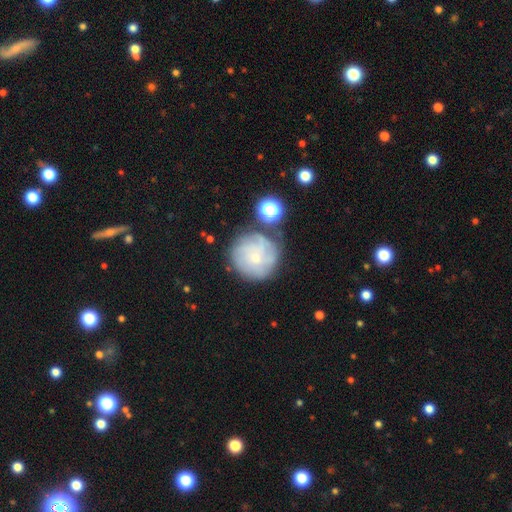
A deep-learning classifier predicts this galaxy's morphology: Smooth or featured? Predicted: featured or disk (p=0.55). Edge-on disk? Predicted: no (p=0.97). Bar? Predicted: no (p=0.81). Spiral arms? Predicted: yes (p=0.77). Bulge size? Predicted: small (p=0.73). Merging? Predicted: none (p=0.65).